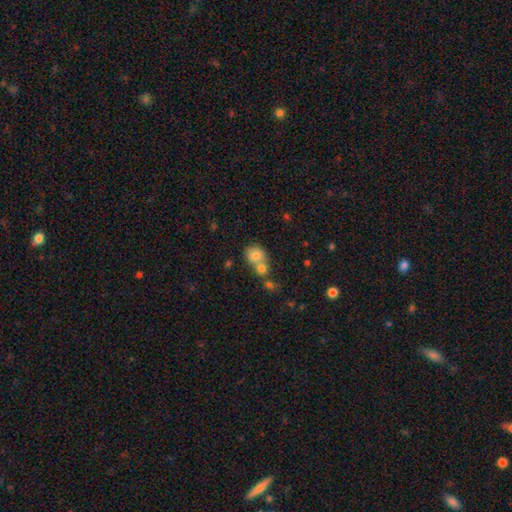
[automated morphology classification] The model was most divided on "merging": merger: 59%, none: 31%, minor disturbance: 7%, major disturbance: 3%. More confident: smooth or featured — smooth (76%); how rounded — round (70%).